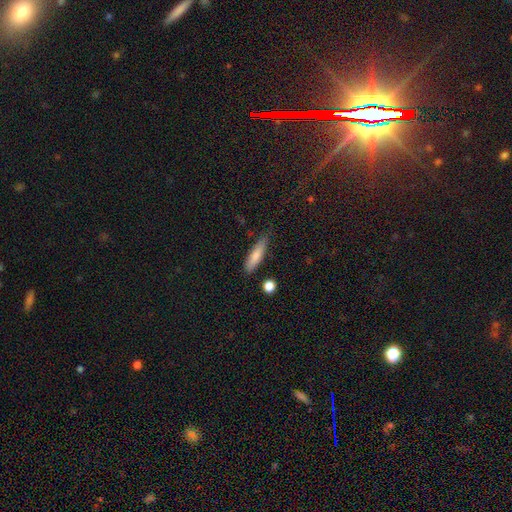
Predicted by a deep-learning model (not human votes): Smooth or featured: smooth — 77% (featured or disk — 16%)
How rounded: cigar-shaped — 70% (in between — 28%)
Merging: none — 76% (minor disturbance — 18%)